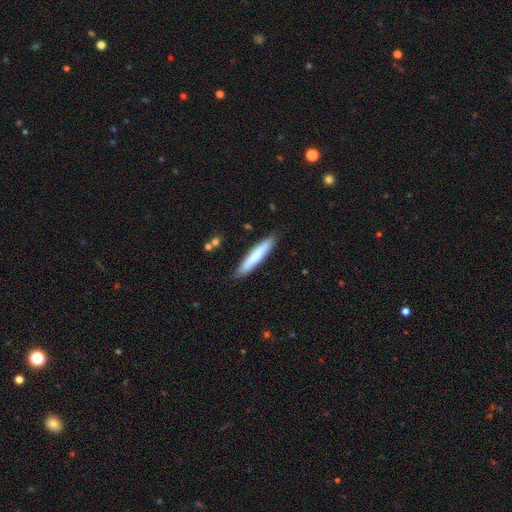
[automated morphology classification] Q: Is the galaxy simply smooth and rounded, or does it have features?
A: smooth — 76%.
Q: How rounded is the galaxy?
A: cigar-shaped — 92%.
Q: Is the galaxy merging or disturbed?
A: none — 87%.